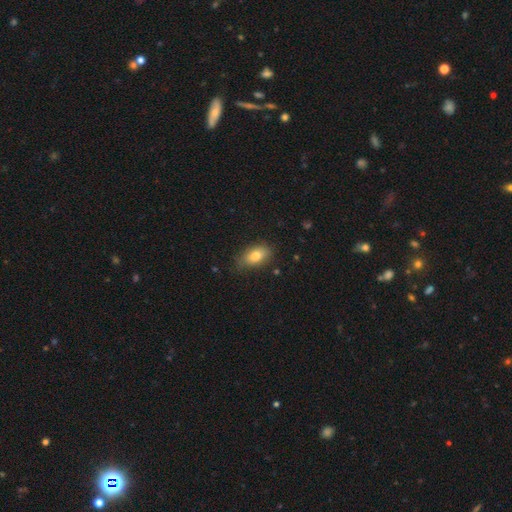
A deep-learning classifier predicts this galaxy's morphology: Smooth or featured? Predicted: smooth (p=0.80). How rounded? Predicted: in between (p=0.88). Merging? Predicted: none (p=0.74).